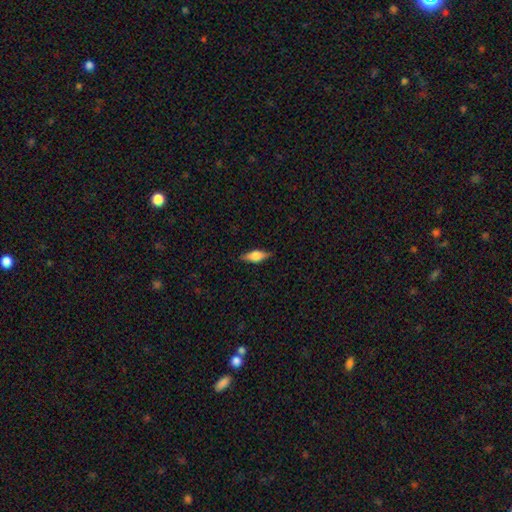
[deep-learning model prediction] Overall: smooth (62%; featured or disk 31%). How rounded: in between (68%; cigar-shaped 29%). Merging: none (85%).